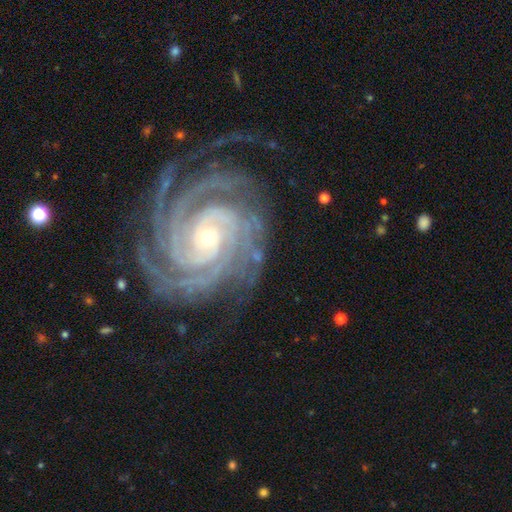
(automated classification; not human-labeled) This is clearly a featured or disk galaxy (92%). It is clearly not viewed edge-on (98%). Bar: likely no (70%). Spiral arm pattern: clearly yes (99%). Spiral arm count: marginally 4 (25%). Spiral winding: likely tight (79%). Central bulge: likely small (68%). Merging: likely none (77%).